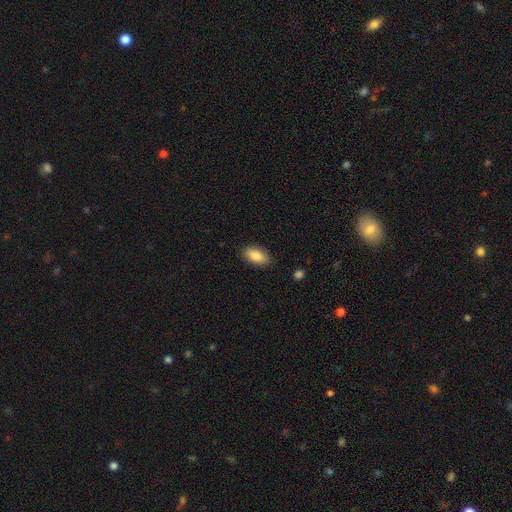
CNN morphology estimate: A smooth galaxy with no disk features (88%) that is in between round and cigar-shaped (93%). Merging: none (87%).